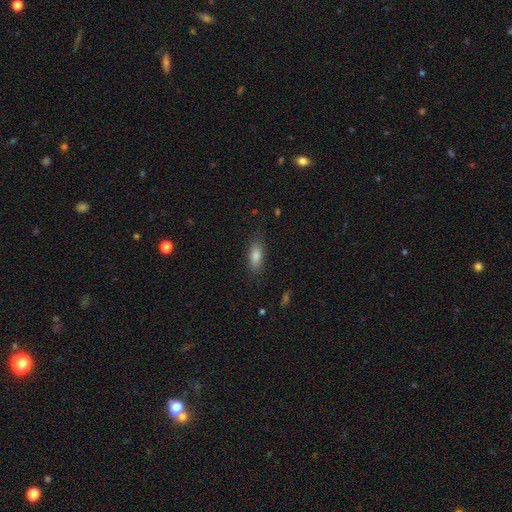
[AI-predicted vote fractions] smooth-or-featured: smooth: 81% | featured or disk: 10% | star or artifact: 9%
  how-rounded: in between: 73% | cigar-shaped: 24% | round: 3%
  merging: none: 83% | minor disturbance: 13% | major disturbance: 3% | merger: 1%